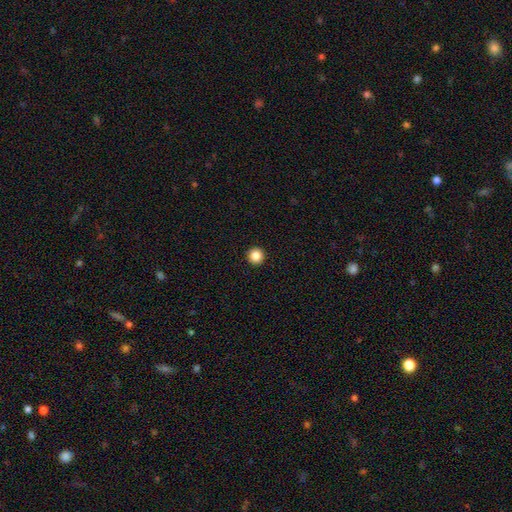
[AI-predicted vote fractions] This is clearly a smooth galaxy (86%). How rounded: clearly round (96%). Merging: clearly none (94%).